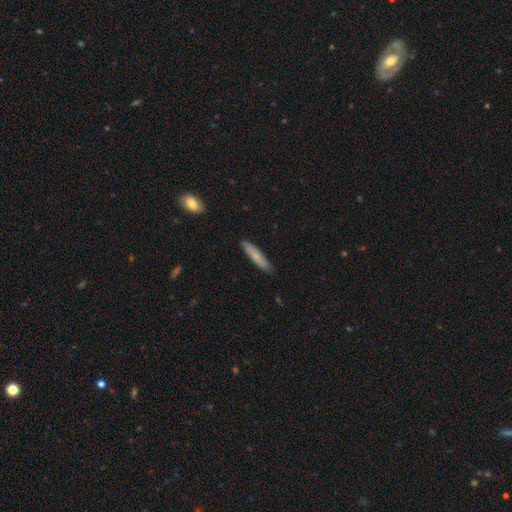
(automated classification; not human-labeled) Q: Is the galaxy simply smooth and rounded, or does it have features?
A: smooth — 72%.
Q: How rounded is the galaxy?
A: cigar-shaped — 88%.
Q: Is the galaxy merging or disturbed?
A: none — 86%.